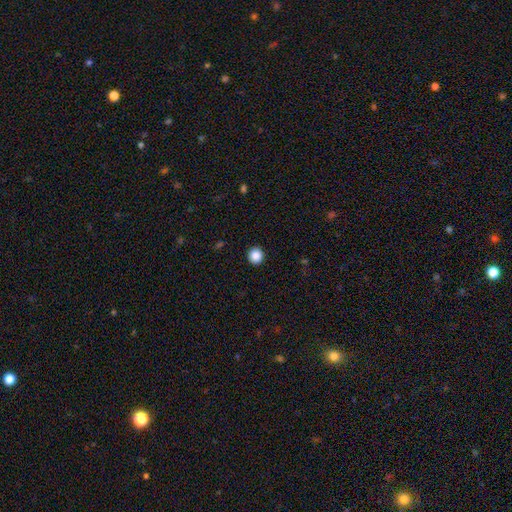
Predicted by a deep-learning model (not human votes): Smooth or featured?
  - smooth: 88% *
  - star or artifact: 10%
  - featured or disk: 3%
How rounded?
  - round: 93% *
  - in between: 6%
  - cigar-shaped: 1%
Merging?
  - none: 93% *
  - minor disturbance: 4%
  - major disturbance: 2%
  - merger: 1%